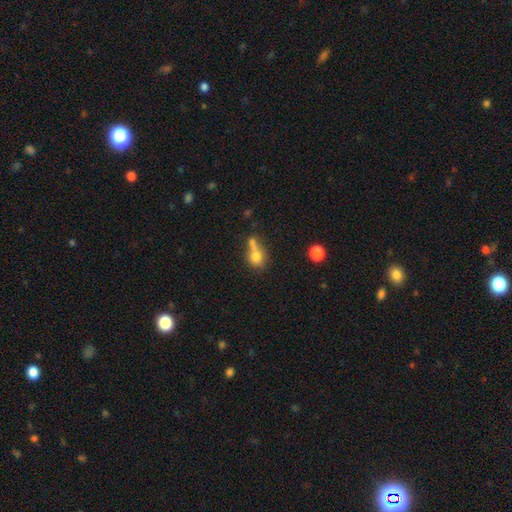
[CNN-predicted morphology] Smooth or featured?
  - smooth: 73% *
  - featured or disk: 16%
  - star or artifact: 11%
How rounded?
  - round: 64% *
  - in between: 34%
  - cigar-shaped: 2%
Merging?
  - merger: 46% *
  - none: 34%
  - minor disturbance: 13%
  - major disturbance: 7%